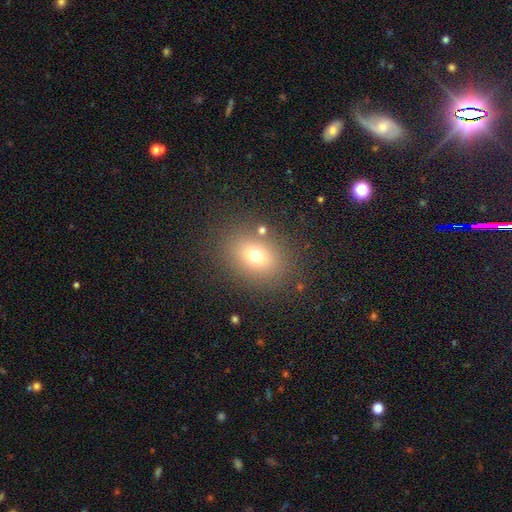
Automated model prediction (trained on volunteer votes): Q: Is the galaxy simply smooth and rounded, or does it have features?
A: smooth — 70%.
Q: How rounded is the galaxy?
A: in between — 56%.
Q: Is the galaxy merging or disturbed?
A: none — 82%.